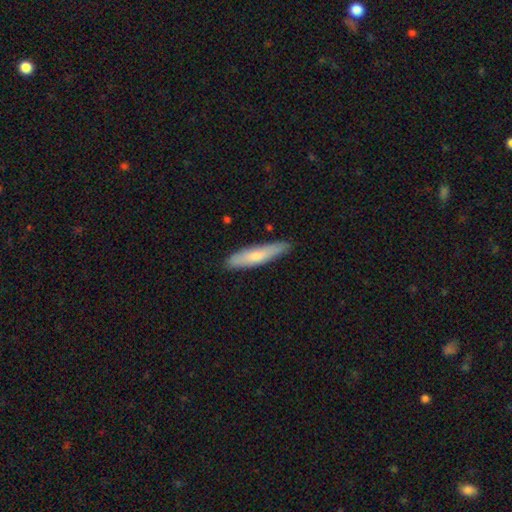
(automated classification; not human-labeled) Q: Smooth or featured?
A: smooth (67%); runner-up: featured or disk (28%)
Q: How rounded?
A: cigar-shaped (84%); runner-up: in between (15%)
Q: Merging?
A: none (86%); runner-up: minor disturbance (11%)